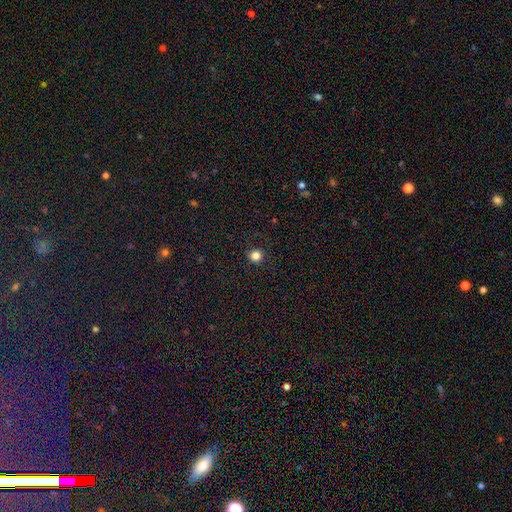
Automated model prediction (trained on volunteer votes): smooth_or_featured: smooth (p=0.83) [alt: star or artifact p=0.13]
how_rounded: round (p=0.93) [alt: in between p=0.06]
merging: none (p=0.89) [alt: minor disturbance p=0.07]